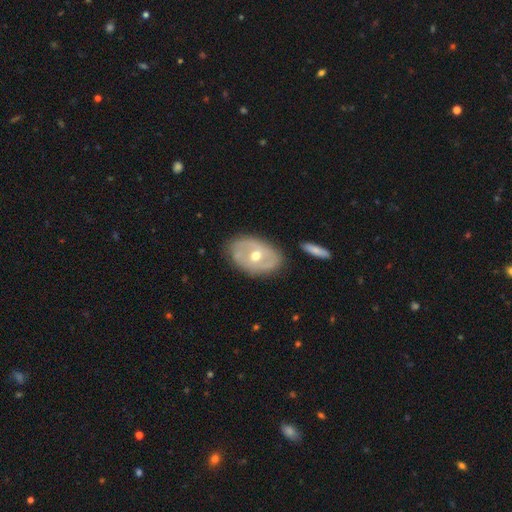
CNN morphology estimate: A featured or disk galaxy (68%) with no bar (50%), spiral arms (50%, tied with no) and a moderate central bulge (67%). Merging: none (76%).